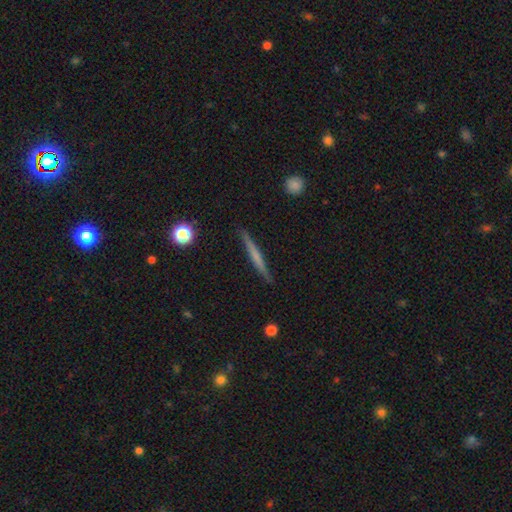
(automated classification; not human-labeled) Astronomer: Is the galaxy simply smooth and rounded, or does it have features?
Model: featured or disk — 50% (runner-up: smooth, 44%).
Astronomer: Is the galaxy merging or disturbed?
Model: none — 91%.